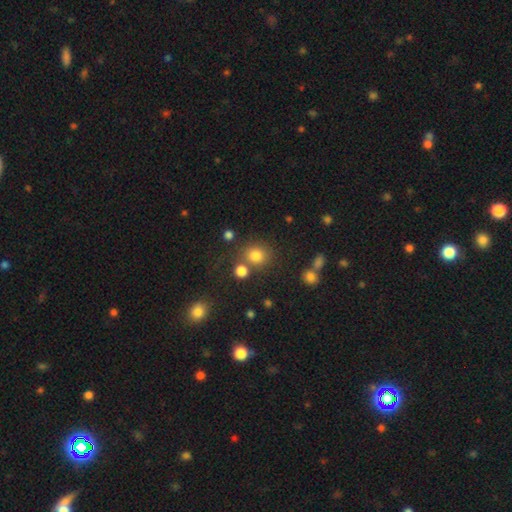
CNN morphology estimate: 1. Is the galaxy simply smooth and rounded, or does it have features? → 79% smooth, 15% star or artifact, 6% featured or disk.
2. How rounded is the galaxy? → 81% round, 18% in between, 1% cigar-shaped.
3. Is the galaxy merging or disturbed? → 69% none, 16% merger, 10% minor disturbance, 5% major disturbance.